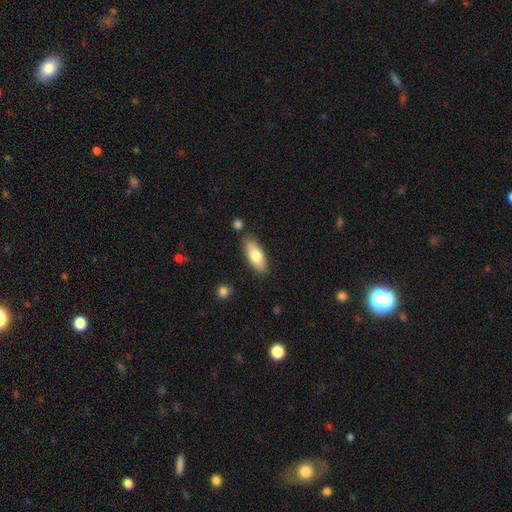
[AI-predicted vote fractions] This is likely a smooth galaxy (75%). How rounded: likely in between (77%). Merging: clearly none (82%).